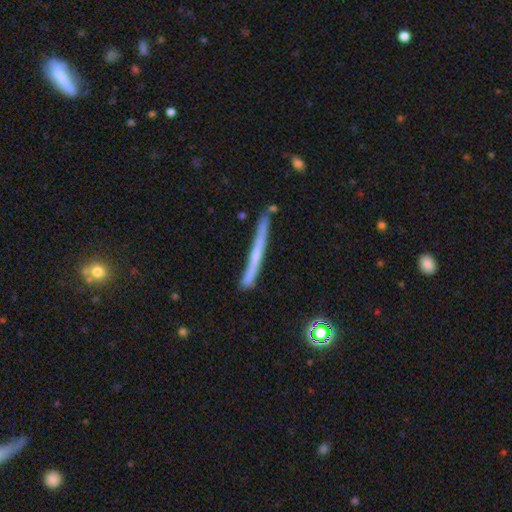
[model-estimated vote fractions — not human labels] Smooth or featured?
  - featured or disk: 56% *
  - smooth: 36%
  - star or artifact: 8%
Edge-on disk?
  - yes: 96% *
  - no: 4%
Edge-on bulge?
  - none: 66% *
  - rounded: 28%
  - boxy: 6%
Merging?
  - none: 80% *
  - minor disturbance: 15%
  - merger: 3%
  - major disturbance: 3%